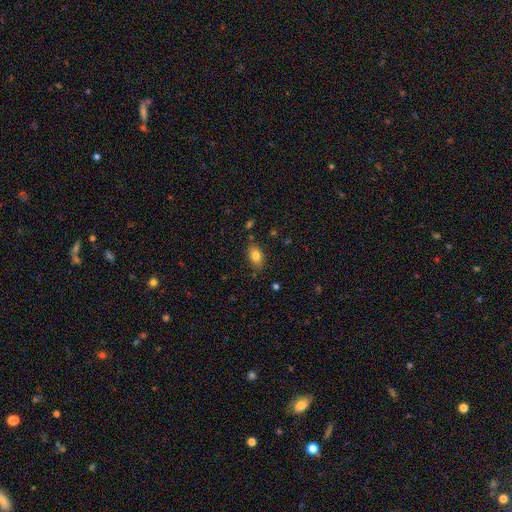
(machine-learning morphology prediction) type=smooth (81%); roundness=in between (87%); merging=none (82%).